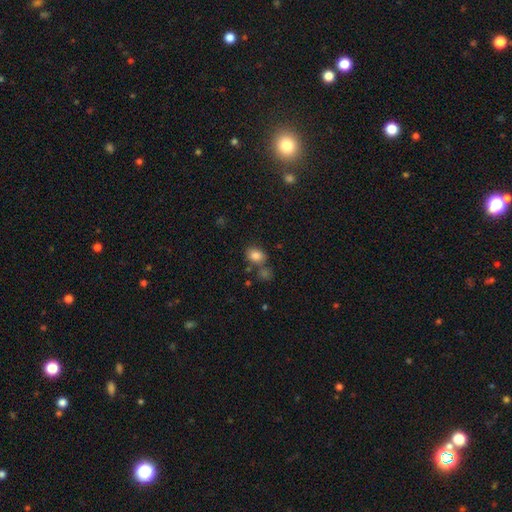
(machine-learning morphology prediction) Overall: smooth (82%). How rounded: in between (58%; round 41%). Merging: none (67%).